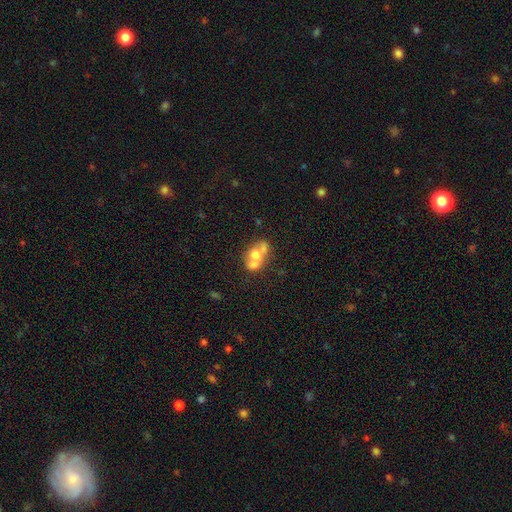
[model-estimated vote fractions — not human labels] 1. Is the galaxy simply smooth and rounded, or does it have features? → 53% smooth, 36% featured or disk, 11% star or artifact.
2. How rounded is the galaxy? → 56% in between, 42% round, 2% cigar-shaped.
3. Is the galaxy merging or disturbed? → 57% merger, 28% none, 9% minor disturbance, 6% major disturbance.